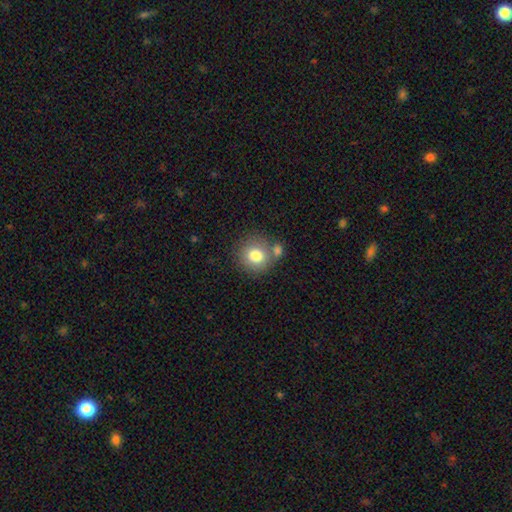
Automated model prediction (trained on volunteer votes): The model was most divided on "merging": none: 63%, merger: 21%, minor disturbance: 12%, major disturbance: 4%. More confident: how rounded — round (89%); smooth or featured — smooth (79%).